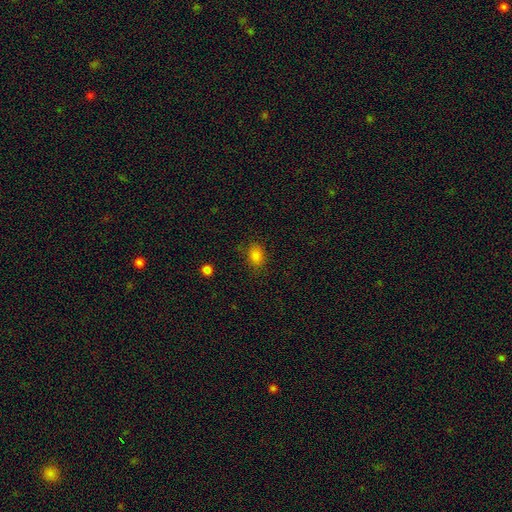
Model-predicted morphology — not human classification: Smooth or featured?
  - smooth: 83% *
  - star or artifact: 13%
  - featured or disk: 5%
How rounded?
  - in between: 72% *
  - round: 27%
  - cigar-shaped: 1%
Merging?
  - none: 80% *
  - minor disturbance: 14%
  - major disturbance: 4%
  - merger: 1%